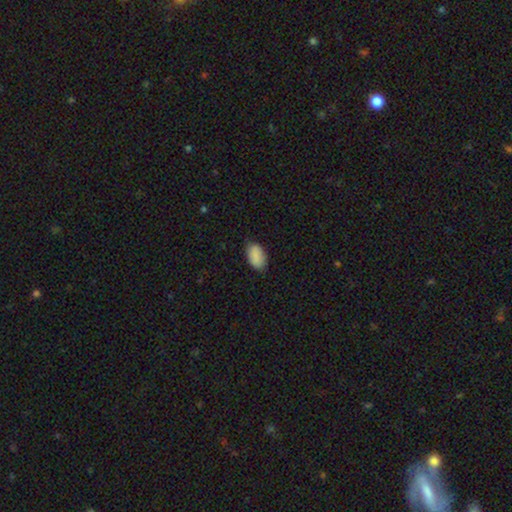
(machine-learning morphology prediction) A smooth galaxy with no disk features (89%) that is in between round and cigar-shaped (93%). Merging: none (77%).